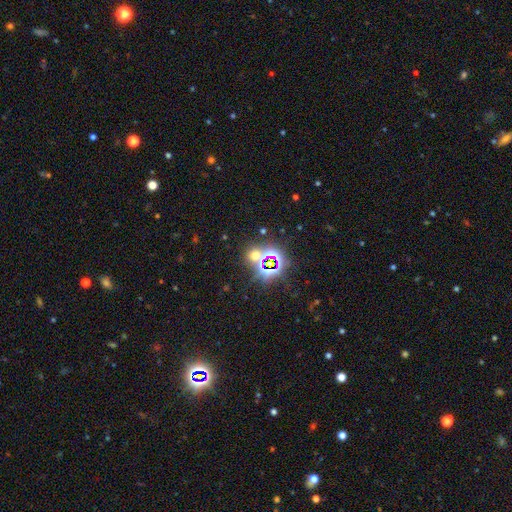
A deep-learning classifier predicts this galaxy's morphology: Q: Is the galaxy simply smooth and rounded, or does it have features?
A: star or artifact — 58%.